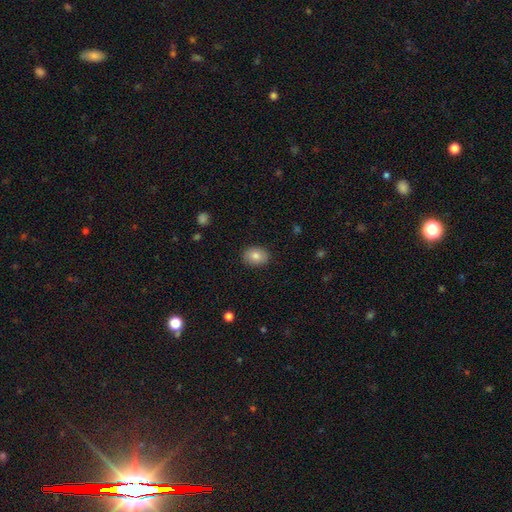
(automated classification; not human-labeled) Smooth or featured: smooth — 82% (featured or disk — 11%)
How rounded: in between — 69% (round — 30%)
Merging: none — 88% (minor disturbance — 9%)